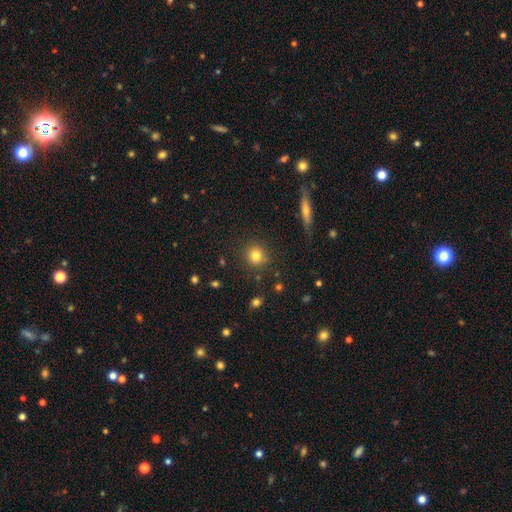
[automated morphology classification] type=smooth (81%); roundness=round (89%); merging=none (85%).